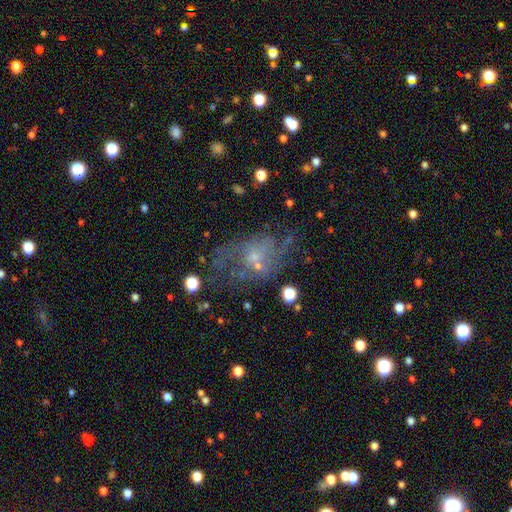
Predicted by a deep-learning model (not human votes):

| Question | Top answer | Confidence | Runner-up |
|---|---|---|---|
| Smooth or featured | featured or disk | 61% | smooth (24%) |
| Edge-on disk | no | 96% | yes (4%) |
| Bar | no | 75% | weak (22%) |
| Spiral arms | yes | 64% | no (36%) |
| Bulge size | small | 63% | moderate (18%) |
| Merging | none | 44% | major disturbance (27%) |